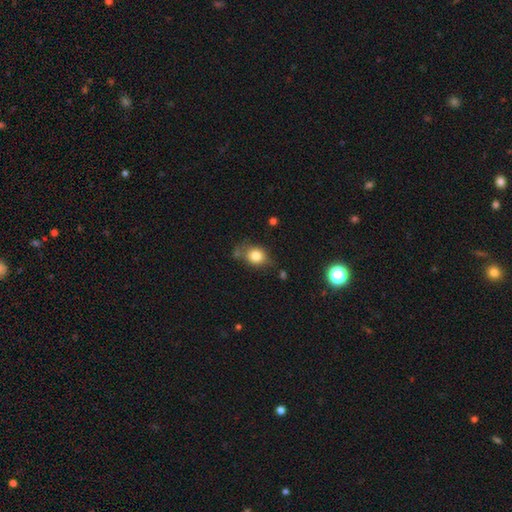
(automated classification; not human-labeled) smooth-or-featured: smooth: 79% | featured or disk: 10% | star or artifact: 10%
  how-rounded: round: 61% | in between: 37% | cigar-shaped: 1%
  merging: none: 63% | minor disturbance: 22% | merger: 8% | major disturbance: 7%